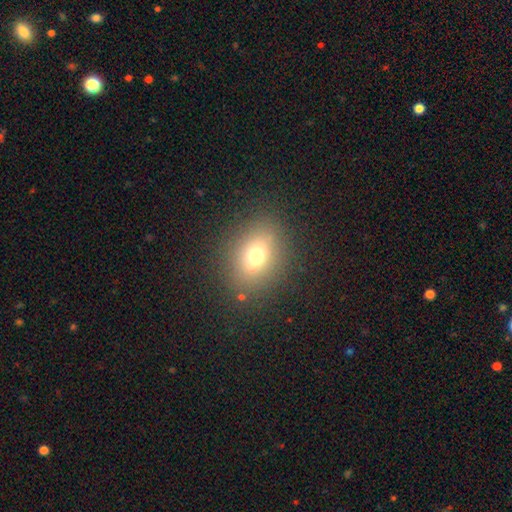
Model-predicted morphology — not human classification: smooth-or-featured: smooth: 71% | star or artifact: 15% | featured or disk: 14%
  how-rounded: in between: 58% | round: 41% | cigar-shaped: 2%
  merging: none: 85% | minor disturbance: 10% | major disturbance: 4% | merger: 2%